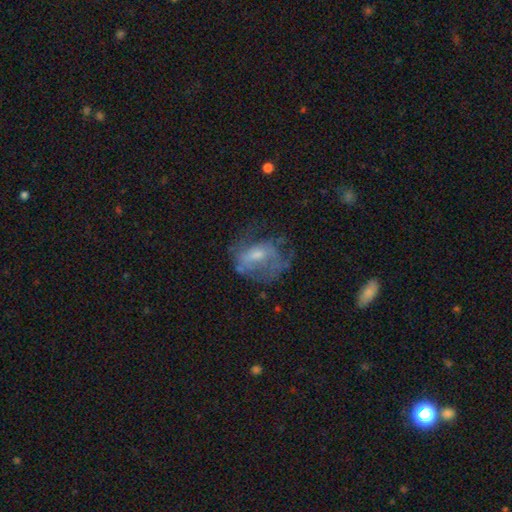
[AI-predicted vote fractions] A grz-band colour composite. It shows a featured or disk galaxy (61%) with no bar (51%), spiral arms (58%) and a moderate central bulge (44%). Merging: none (50%).